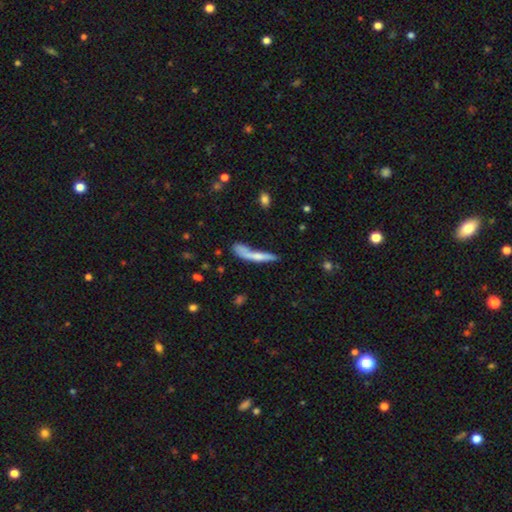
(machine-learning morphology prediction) The model was most divided on "merging": none: 43%, merger: 21%, minor disturbance: 21%, major disturbance: 14%. More confident: how rounded — cigar-shaped (88%); smooth or featured — smooth (61%).